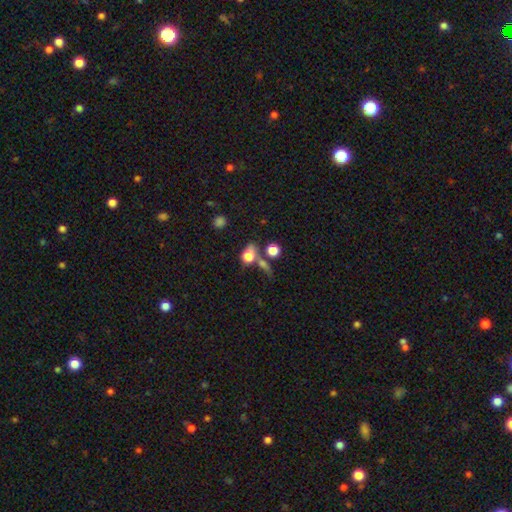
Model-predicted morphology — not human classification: A smooth galaxy with no disk features (53%) that is round (54%).

Vote fractions:
- Smooth or featured? smooth: 53% / star or artifact: 28% / featured or disk: 20%
- How rounded? round: 54% / in between: 40% / cigar-shaped: 7%
- Merging? none: 49% / merger: 34% / minor disturbance: 10% / major disturbance: 7%